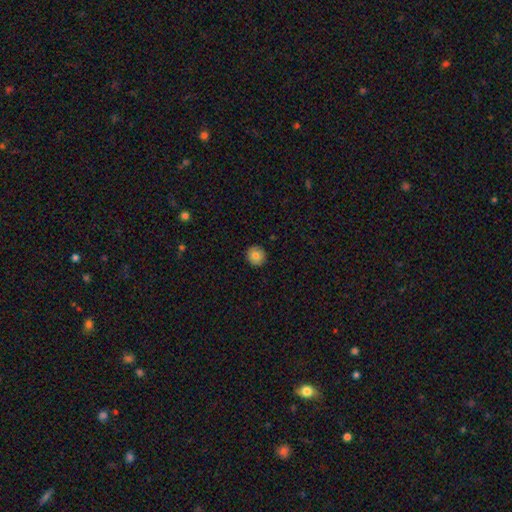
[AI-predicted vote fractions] This is clearly a smooth galaxy (81%). How rounded: clearly round (94%). Merging: clearly none (92%).